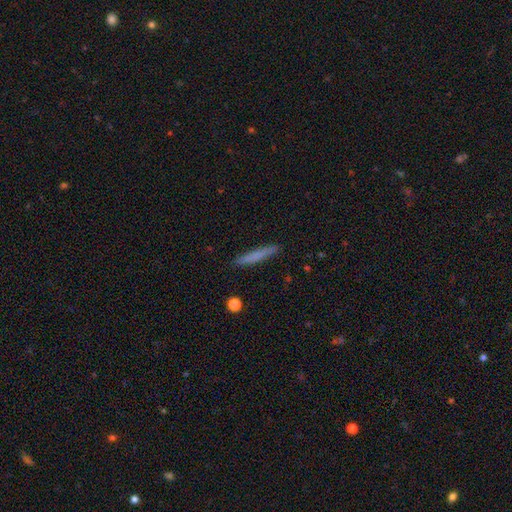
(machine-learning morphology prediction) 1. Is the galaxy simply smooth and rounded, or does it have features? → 72% smooth, 21% featured or disk, 7% star or artifact.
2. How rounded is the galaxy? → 95% cigar-shaped, 3% in between, 1% round.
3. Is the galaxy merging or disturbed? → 90% none, 7% minor disturbance, 2% major disturbance, 1% merger.